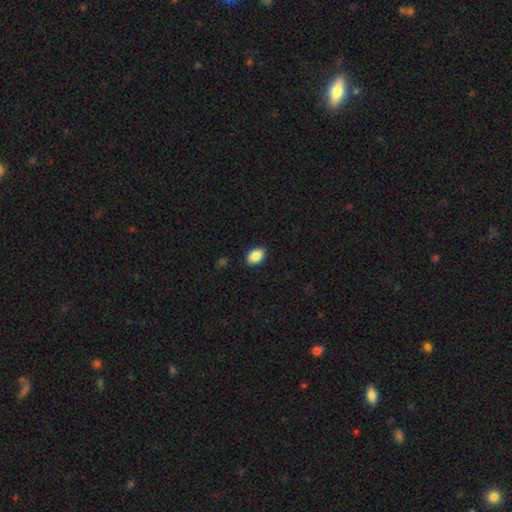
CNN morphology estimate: A smooth galaxy with no disk features (87%) that is in between round and cigar-shaped (89%). Merging: none (89%).